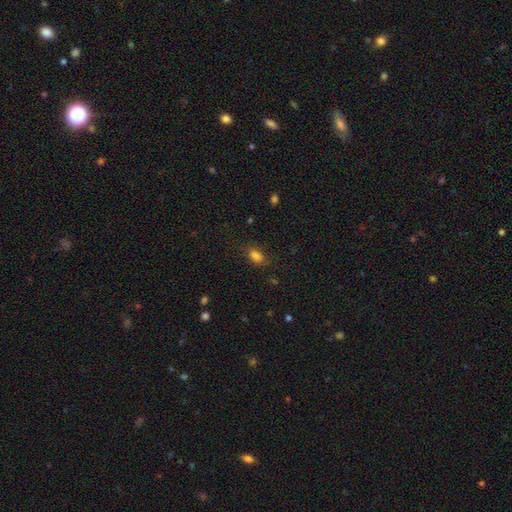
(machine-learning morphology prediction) Overall: smooth (82%). How rounded: in between (87%). Merging: none (80%).